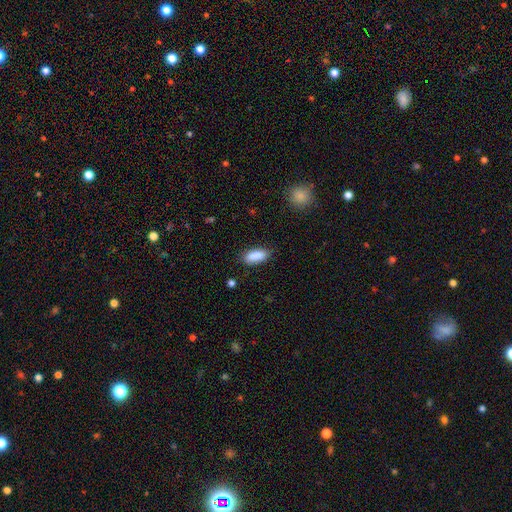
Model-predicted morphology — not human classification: A smooth galaxy with no disk features (88%) that is in between round and cigar-shaped (81%). Merging: none (78%).